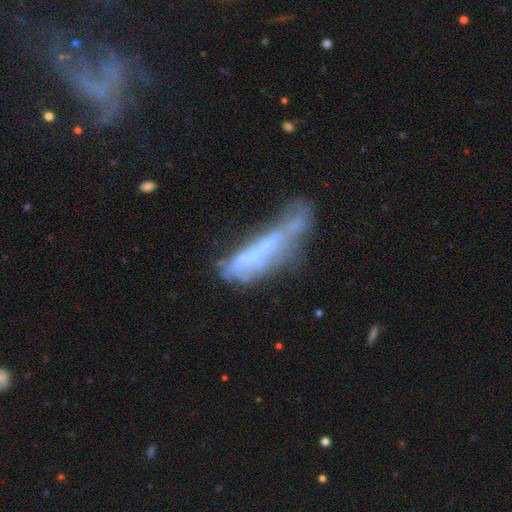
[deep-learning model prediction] This appears to be a featured or disk galaxy (57%). Merging: merger (35%).